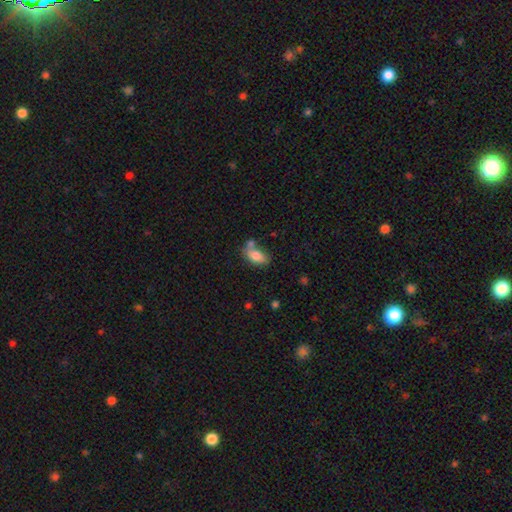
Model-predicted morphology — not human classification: Smooth or featured: smooth — 77% (featured or disk — 15%)
How rounded: in between — 90% (round — 6%)
Merging: none — 42% (merger — 30%)